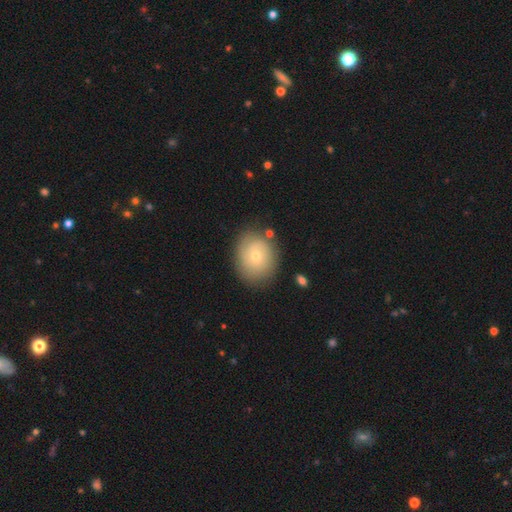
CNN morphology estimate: A smooth galaxy with no disk features (62%) that is round (67%). Merging: none (79%).